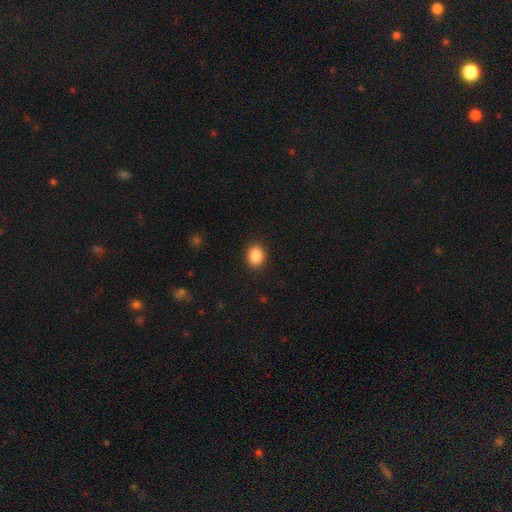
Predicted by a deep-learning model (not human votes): Smooth or featured? smooth (87%)
How rounded? round (51%)
Merging? none (90%)